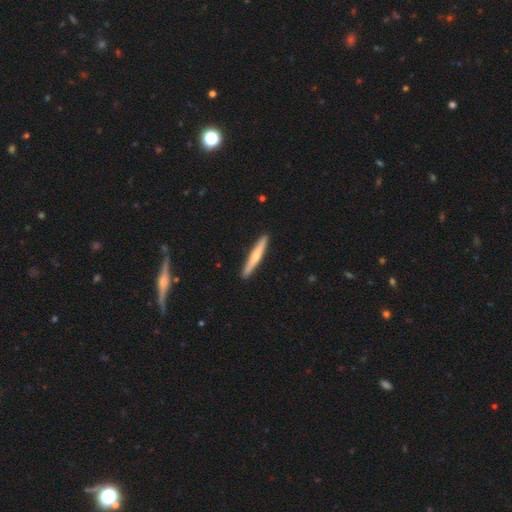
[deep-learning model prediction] Smooth or featured? smooth (59%)
How rounded? cigar-shaped (95%)
Merging? none (92%)